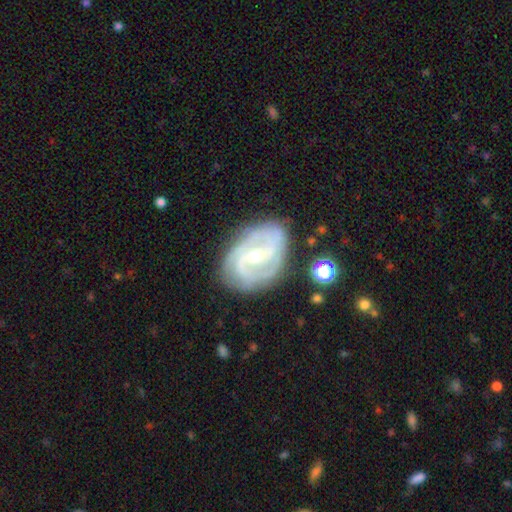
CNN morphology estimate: smooth_or_featured: featured or disk (p=0.87) [alt: smooth p=0.07]
disk_edge_on: no (p=0.97) [alt: yes p=0.03]
bar: weak (p=0.43) [alt: no p=0.32]
has_spiral_arms: yes (p=0.95) [alt: no p=0.05]
spiral_winding: tight (p=0.53) [alt: medium p=0.37]
spiral_arm_count: 2 (p=0.38) [alt: 3 p=0.28]
bulge_size: small (p=0.55) [alt: moderate p=0.43]
merging: none (p=0.75) [alt: minor disturbance p=0.17]